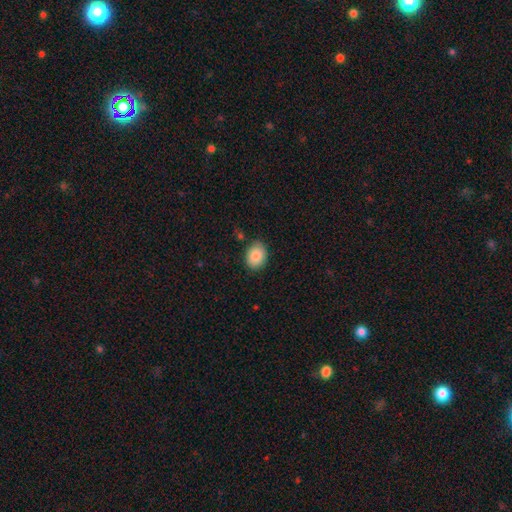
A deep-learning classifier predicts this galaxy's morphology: Smooth or featured? Predicted: smooth (p=0.88). How rounded? Predicted: in between (p=0.70). Merging? Predicted: none (p=0.85).